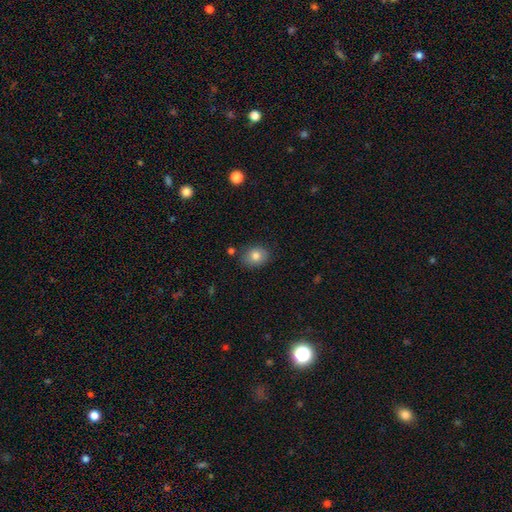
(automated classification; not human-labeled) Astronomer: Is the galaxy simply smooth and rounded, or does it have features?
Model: smooth — 81%.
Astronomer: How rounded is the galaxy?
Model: round — 50% (runner-up: in between, 49%).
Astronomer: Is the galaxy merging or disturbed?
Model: none — 80%.